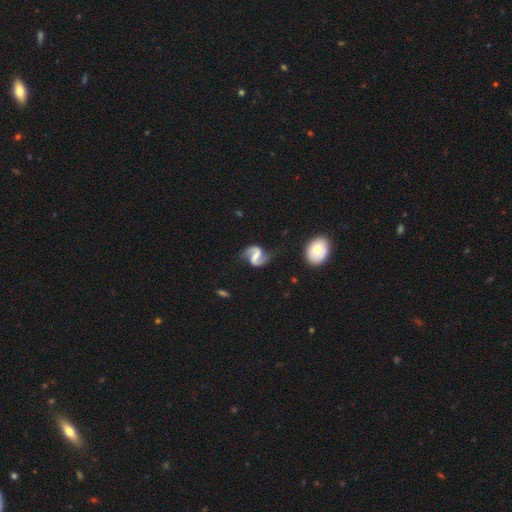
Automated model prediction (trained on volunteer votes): A featured or disk galaxy (89%) with a strong bar (45%), 2 (93%) loose (52%) spiral arms (96%) and no central bulge (45%).

Vote fractions:
- Smooth or featured? featured or disk: 89% / smooth: 7% / star or artifact: 5%
- Edge-on disk? no: 98% / yes: 2%
- Bar? strong: 45% / weak: 40% / no: 15%
- Spiral arms? yes: 96% / no: 4%
- Spiral winding? loose: 52% / medium: 39% / tight: 9%
- Spiral arm count? 2: 93% / 1: 2% / can't tell: 2% / 3: 1% / 4: 1% / more than 4: 1%
- Bulge size? none: 45% / small: 26% / moderate: 20% / large: 6% / dominant: 2%
- Merging? none: 73% / minor disturbance: 16% / major disturbance: 8% / merger: 3%